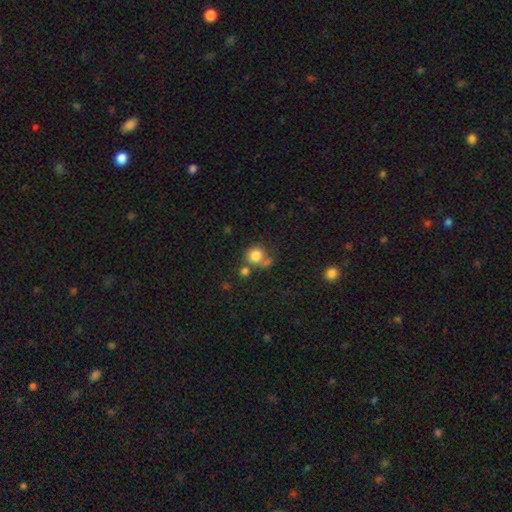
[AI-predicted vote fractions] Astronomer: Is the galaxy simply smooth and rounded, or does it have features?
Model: smooth — 81%.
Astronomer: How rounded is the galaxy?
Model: round — 85%.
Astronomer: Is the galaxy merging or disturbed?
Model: none — 52%.